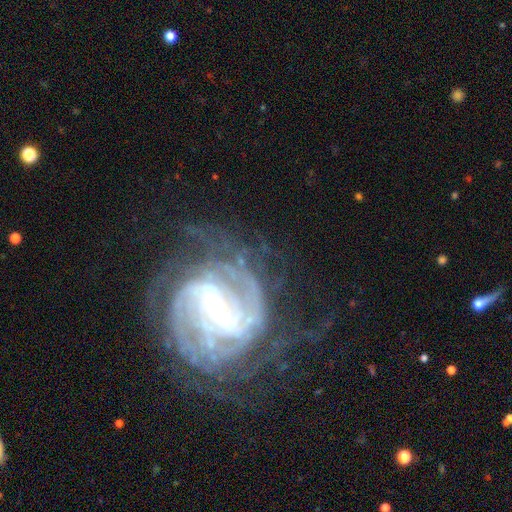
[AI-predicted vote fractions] Morphology: type=featured or disk (89%); edge-on=no (97%); bar=strong (56%); spiral arms=yes (97%); winding=tight (61%); arm count=2 (27%); bulge=small (71%); merging=none (71%).